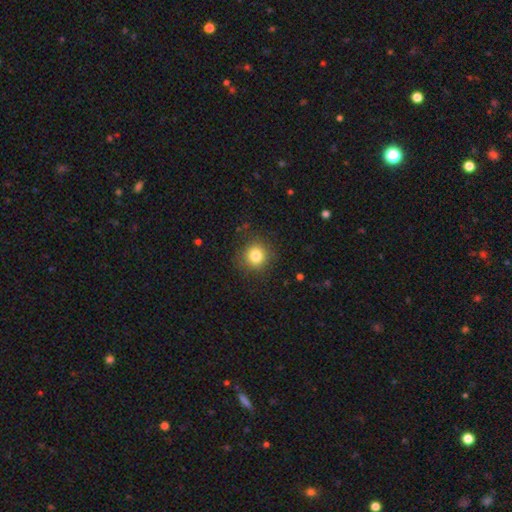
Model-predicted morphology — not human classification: A smooth galaxy with no disk features (82%) that is round (91%). Merging: none (87%).